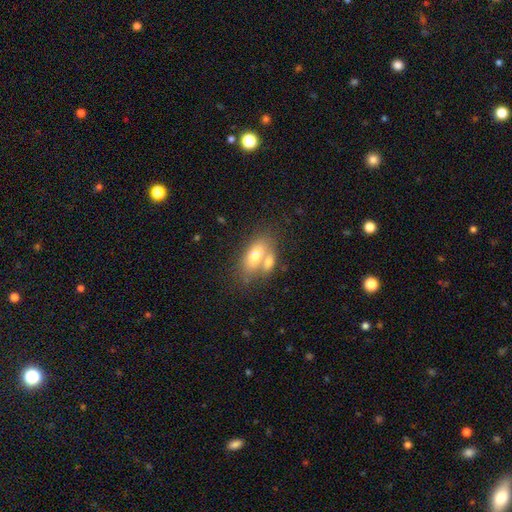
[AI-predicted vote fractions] smooth 70%, featured or disk 22%, star or artifact 7%. Down the decision tree: how rounded — in between (85%); merging — merger (49%).